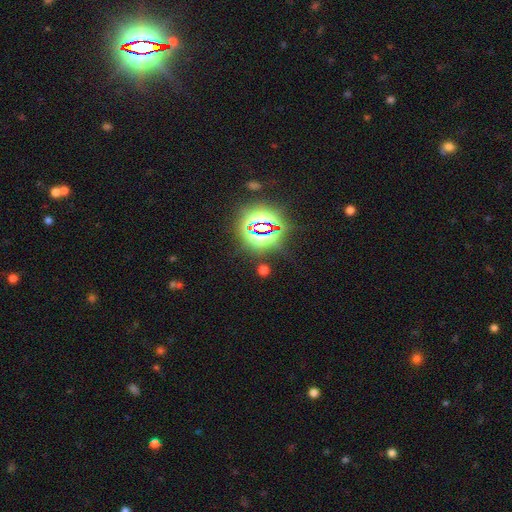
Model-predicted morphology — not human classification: This appears to be a star or artifact, not a galaxy (82%).